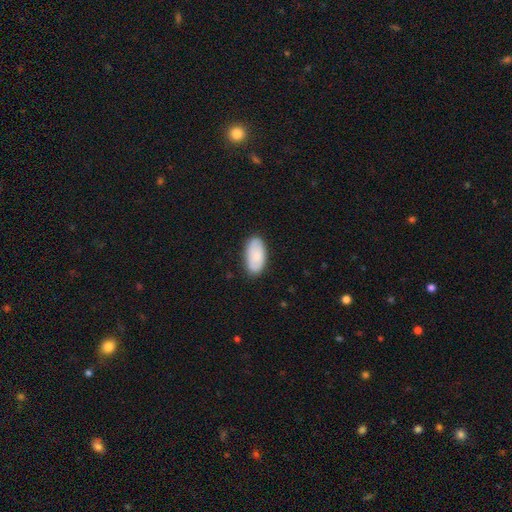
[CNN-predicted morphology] Smooth or featured?
  - smooth: 76% *
  - featured or disk: 18%
  - star or artifact: 6%
How rounded?
  - in between: 95% *
  - cigar-shaped: 3%
  - round: 2%
Merging?
  - none: 83% *
  - minor disturbance: 14%
  - major disturbance: 2%
  - merger: 1%